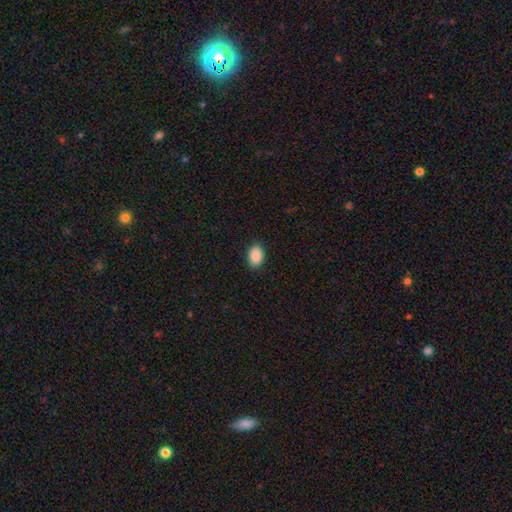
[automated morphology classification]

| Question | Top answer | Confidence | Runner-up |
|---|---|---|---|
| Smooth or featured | smooth | 90% | star or artifact (7%) |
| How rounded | in between | 87% | round (12%) |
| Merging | none | 89% | minor disturbance (8%) |